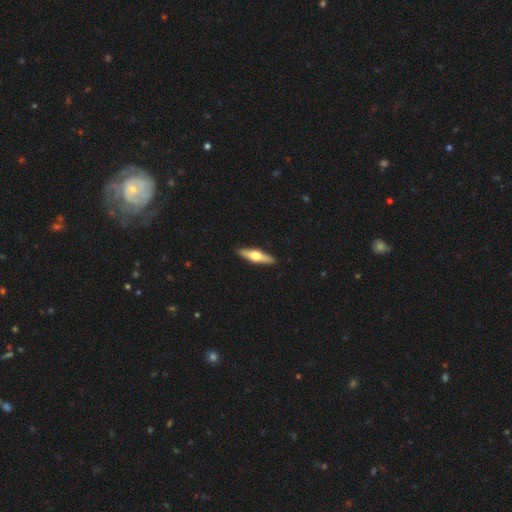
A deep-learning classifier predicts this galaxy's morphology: Overall: featured or disk (56%; smooth 39%). Edge-on disk: yes (94%). Edge-on bulge: rounded (95%). Merging: none (91%).